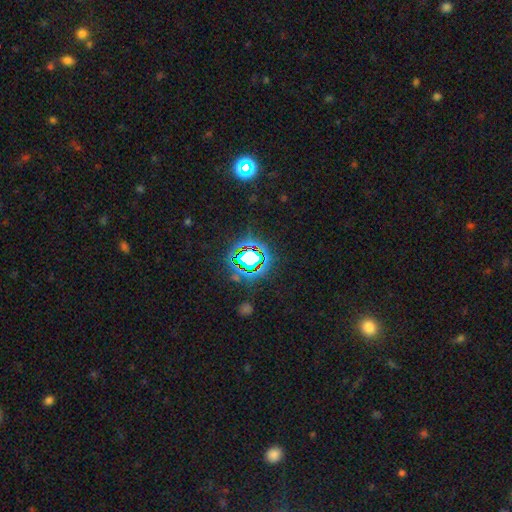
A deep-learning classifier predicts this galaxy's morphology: smooth_or_featured: star or artifact (p=0.72) [alt: smooth p=0.18]